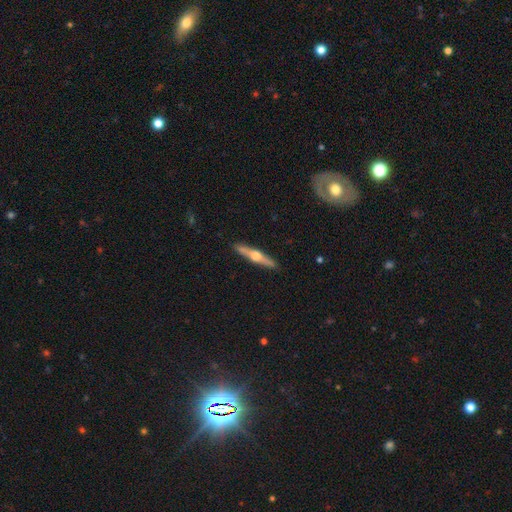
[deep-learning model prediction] Q: Smooth or featured?
A: featured or disk (67%); runner-up: smooth (28%)
Q: Edge-on disk?
A: yes (97%); runner-up: no (3%)
Q: Edge-on bulge?
A: rounded (94%); runner-up: none (3%)
Q: Merging?
A: none (91%); runner-up: minor disturbance (6%)